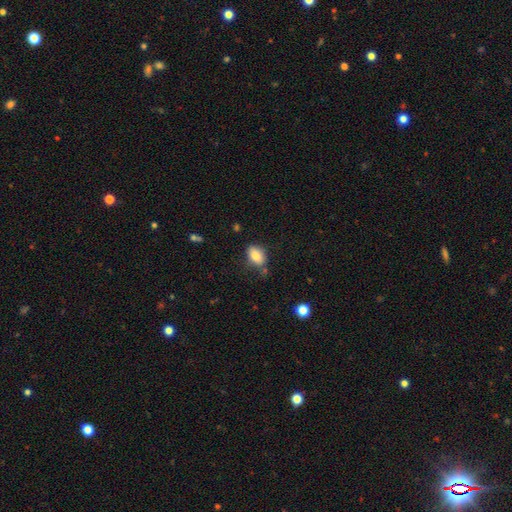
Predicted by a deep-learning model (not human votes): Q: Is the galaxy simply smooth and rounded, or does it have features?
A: smooth — 82%.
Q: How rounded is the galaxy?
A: in between — 86%.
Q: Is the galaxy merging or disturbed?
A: none — 69%.